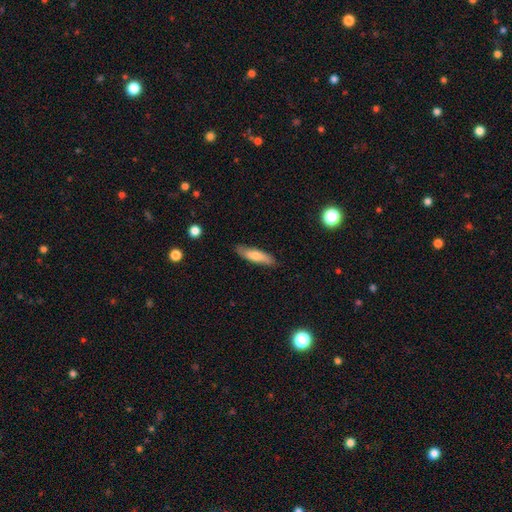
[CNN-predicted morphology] Smooth or featured? smooth (72%)
How rounded? cigar-shaped (65%)
Merging? none (84%)